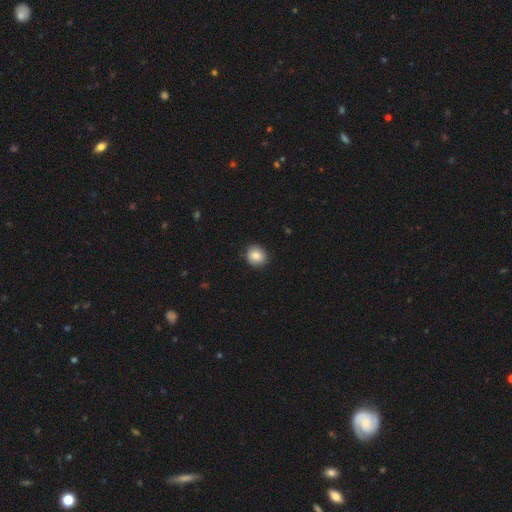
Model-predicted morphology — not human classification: This is clearly a smooth galaxy (85%). How rounded: clearly round (82%). Merging: clearly none (89%).